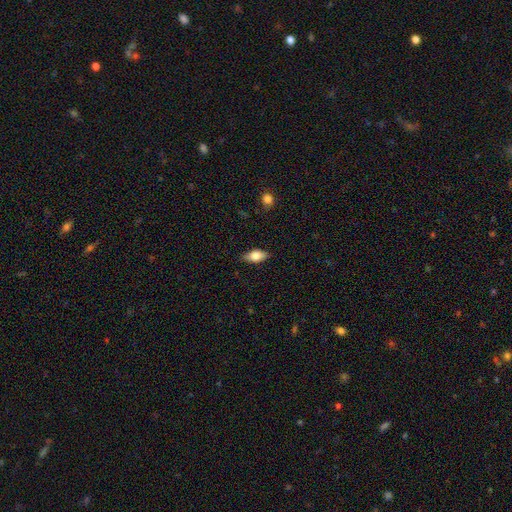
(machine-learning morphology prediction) smooth-or-featured: smooth: 79% | featured or disk: 14% | star or artifact: 7%
  how-rounded: in between: 87% | cigar-shaped: 9% | round: 4%
  merging: none: 83% | minor disturbance: 13% | major disturbance: 3% | merger: 1%